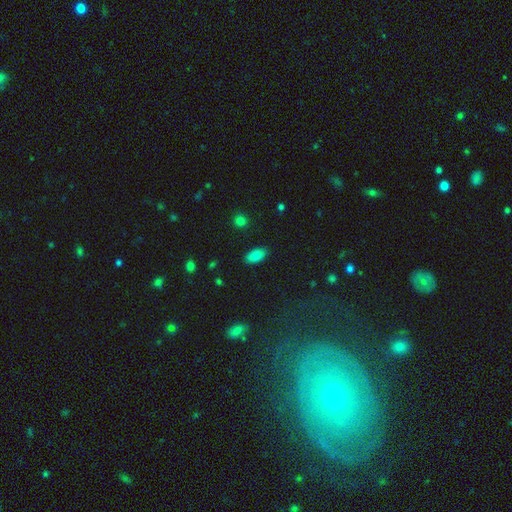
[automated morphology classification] The model was most divided on "smooth or featured": smooth: 84%, star or artifact: 9%, featured or disk: 8%. More confident: how rounded — in between (92%); merging — none (88%).